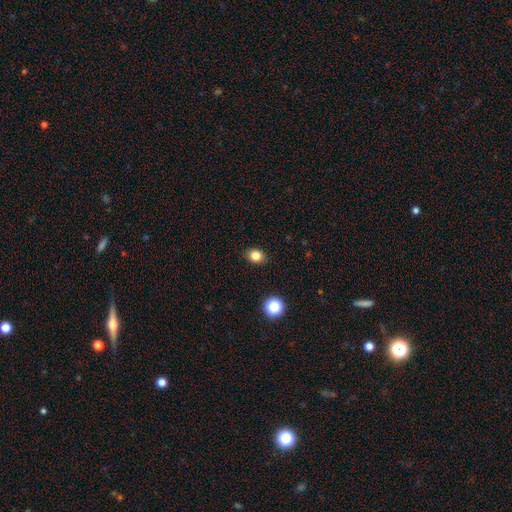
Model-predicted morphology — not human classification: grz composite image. It shows a smooth galaxy with no disk features (82%) that is in between round and cigar-shaped (54%). Merging: none (89%).